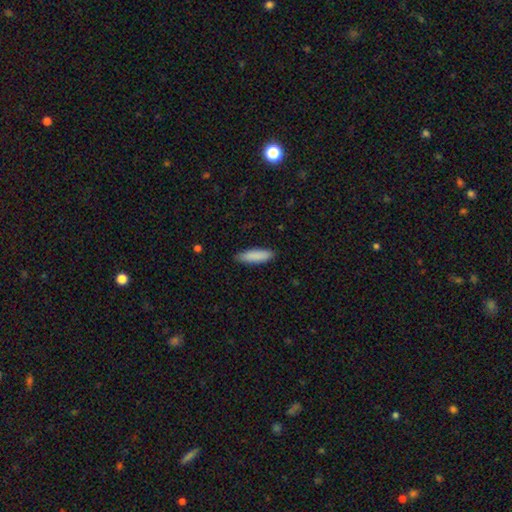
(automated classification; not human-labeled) A smooth galaxy with no disk features (88%) that is cigar-shaped (55%).

Vote fractions:
- Smooth or featured? smooth: 88% / featured or disk: 6% / star or artifact: 6%
- How rounded? cigar-shaped: 55% / in between: 43% / round: 1%
- Merging? none: 88% / minor disturbance: 10% / major disturbance: 2% / merger: 1%